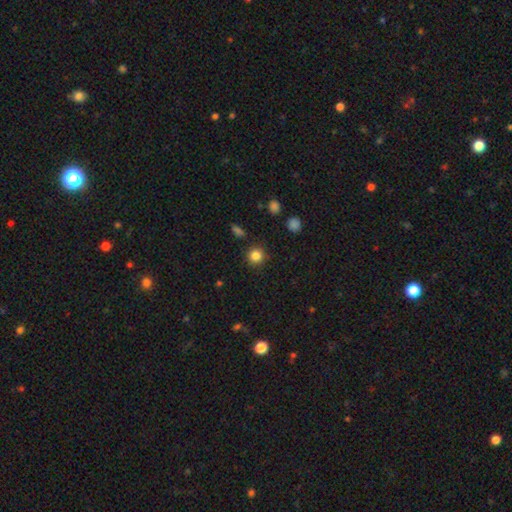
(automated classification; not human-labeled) Q: Smooth or featured?
A: smooth (84%); runner-up: star or artifact (11%)
Q: How rounded?
A: round (93%); runner-up: in between (6%)
Q: Merging?
A: none (90%); runner-up: minor disturbance (6%)